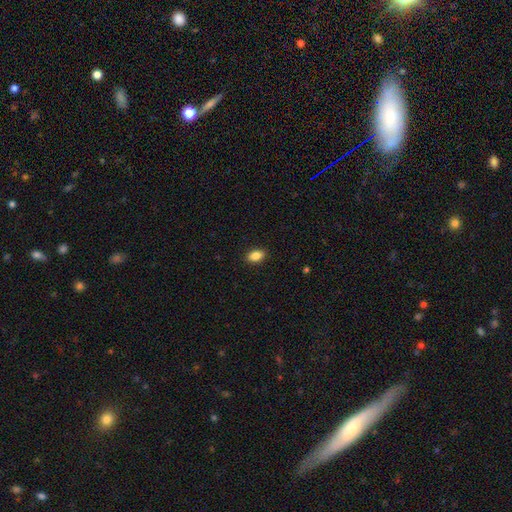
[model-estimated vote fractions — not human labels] Q: Smooth or featured?
A: smooth (87%); runner-up: star or artifact (8%)
Q: How rounded?
A: in between (89%); runner-up: round (9%)
Q: Merging?
A: none (89%); runner-up: minor disturbance (8%)